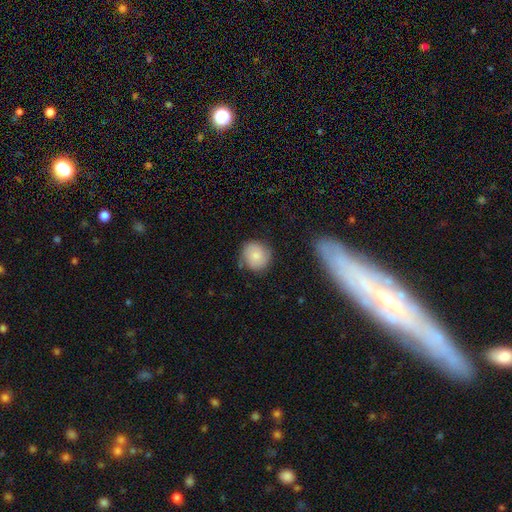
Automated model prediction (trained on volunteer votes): Overall: smooth (64%; featured or disk 28%). How rounded: round (88%). Merging: none (77%).